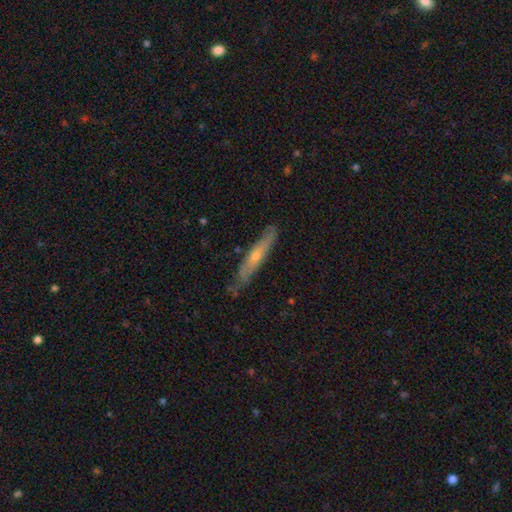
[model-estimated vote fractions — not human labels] Q: Smooth or featured?
A: featured or disk (56%); runner-up: smooth (39%)
Q: Edge-on disk?
A: yes (75%); runner-up: no (25%)
Q: Merging?
A: none (73%); runner-up: minor disturbance (21%)